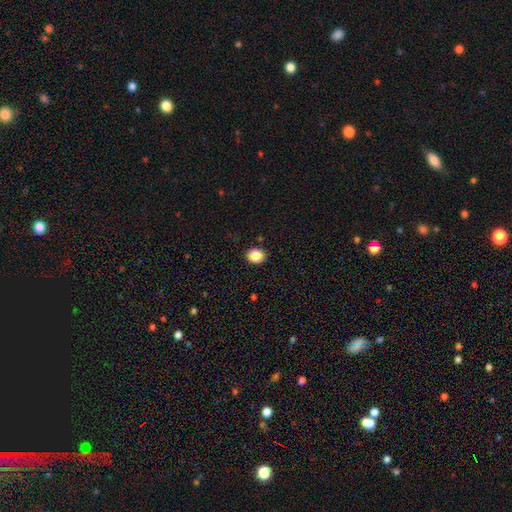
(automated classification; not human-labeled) The model was most divided on "how rounded": round: 55%, in between: 43%, cigar-shaped: 1%. More confident: smooth or featured — smooth (77%); merging — none (77%).